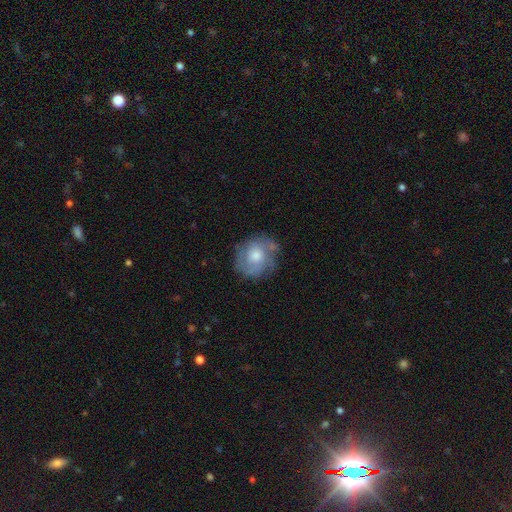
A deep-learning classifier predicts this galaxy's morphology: A featured or disk galaxy (50%). Merging: none (64%).